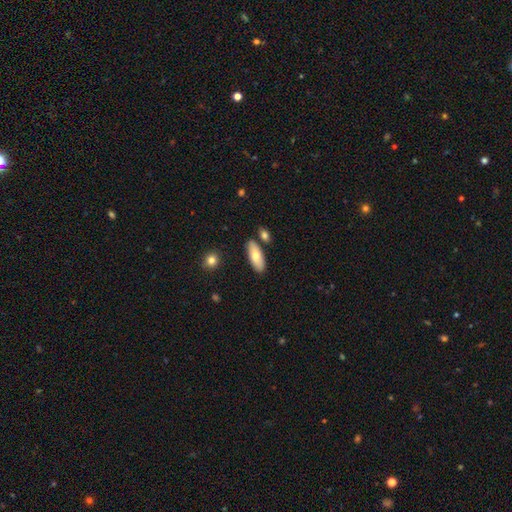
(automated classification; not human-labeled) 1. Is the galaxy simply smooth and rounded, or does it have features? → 73% smooth, 21% featured or disk, 6% star or artifact.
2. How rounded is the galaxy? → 76% in between, 21% cigar-shaped, 2% round.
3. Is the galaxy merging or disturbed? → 81% none, 10% minor disturbance, 7% merger, 2% major disturbance.